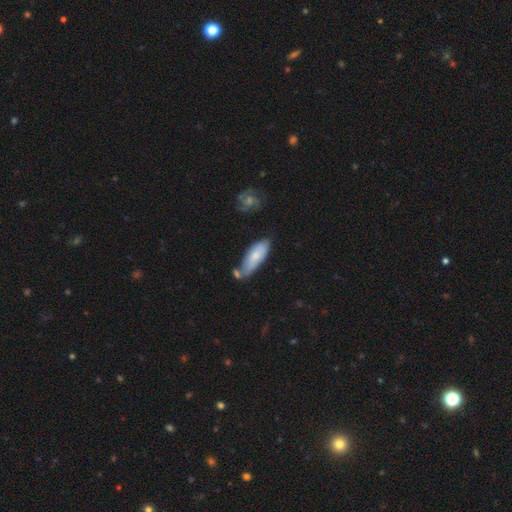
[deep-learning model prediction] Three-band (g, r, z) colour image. It shows a smooth galaxy with no disk features (71%) that is in between round and cigar-shaped (65%). Merging: none (53%).